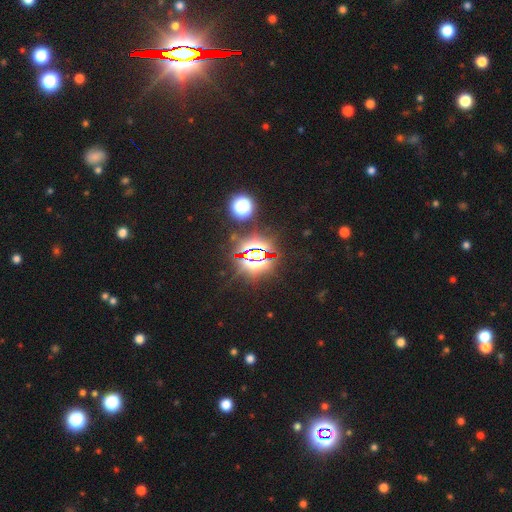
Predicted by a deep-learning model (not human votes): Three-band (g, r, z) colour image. It shows a star or artifact, not a galaxy (80%).